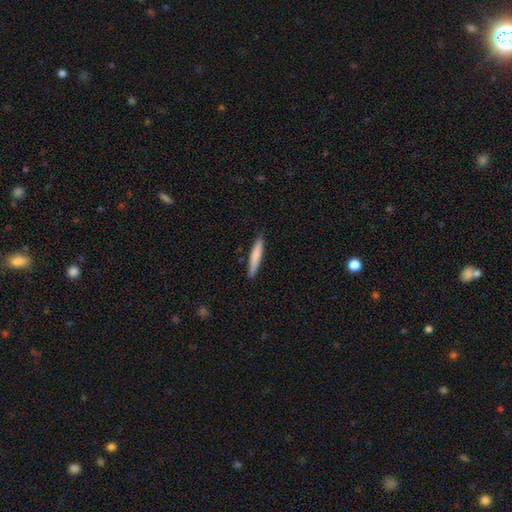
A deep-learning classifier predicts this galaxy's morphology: smooth-or-featured: smooth: 76% | featured or disk: 19% | star or artifact: 5%
  how-rounded: cigar-shaped: 92% | in between: 6% | round: 1%
  merging: none: 87% | minor disturbance: 10% | major disturbance: 2% | merger: 1%